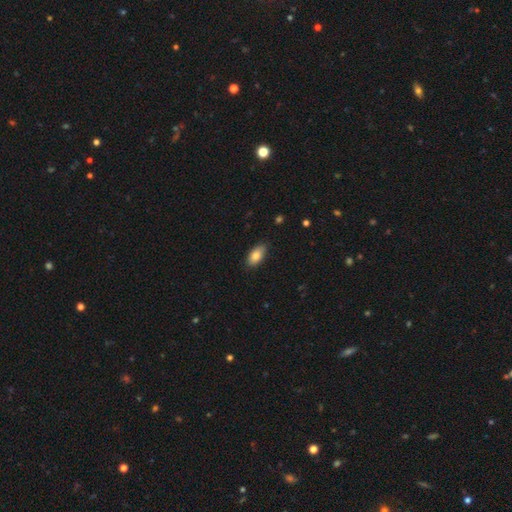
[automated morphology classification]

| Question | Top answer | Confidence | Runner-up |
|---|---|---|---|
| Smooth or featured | smooth | 83% | featured or disk (10%) |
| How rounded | in between | 91% | cigar-shaped (6%) |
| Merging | none | 83% | minor disturbance (14%) |